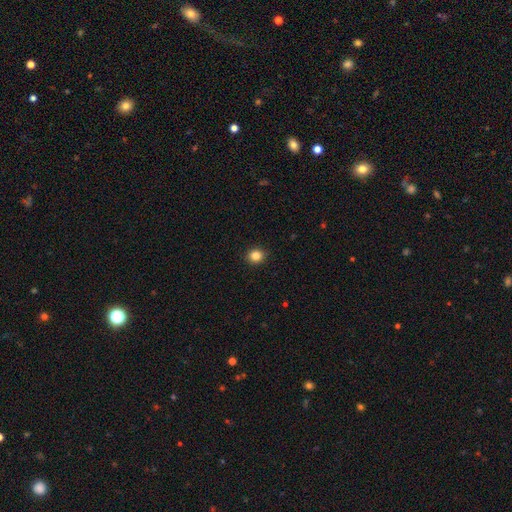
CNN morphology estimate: This is clearly a smooth galaxy (84%). How rounded: clearly round (84%). Merging: clearly none (92%).